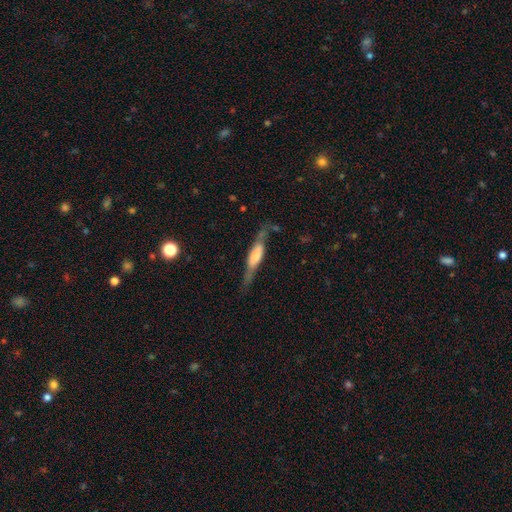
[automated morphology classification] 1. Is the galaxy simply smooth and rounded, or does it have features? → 59% featured or disk, 35% smooth, 6% star or artifact.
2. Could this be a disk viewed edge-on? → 81% yes, 19% no.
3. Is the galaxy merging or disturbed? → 64% none, 22% minor disturbance, 11% major disturbance, 3% merger.